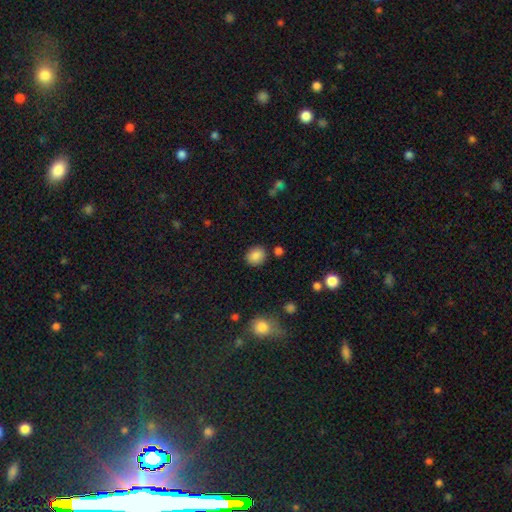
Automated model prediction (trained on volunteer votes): The model was most divided on "how rounded": round: 67%, in between: 32%, cigar-shaped: 1%. More confident: smooth or featured — smooth (87%); merging — none (85%).